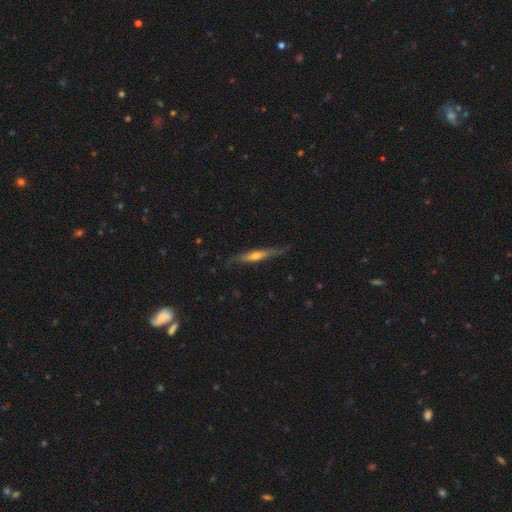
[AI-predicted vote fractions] A featured or disk galaxy (64%) viewed edge-on (91%) with a rounded central bulge (75%). Merging: none (76%).